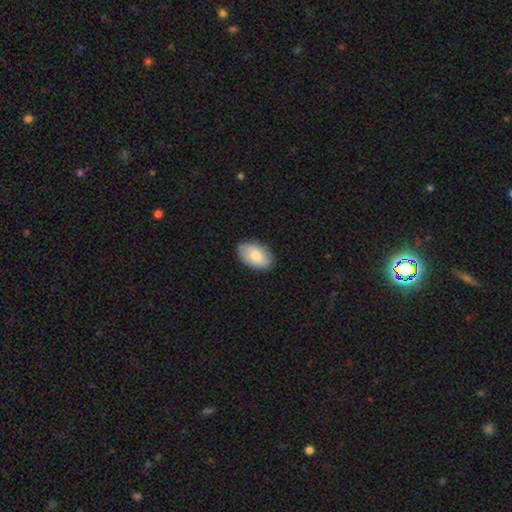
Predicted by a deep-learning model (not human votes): The model was most divided on "smooth or featured": smooth: 77%, featured or disk: 17%, star or artifact: 6%. More confident: how rounded — in between (93%); merging — none (82%).